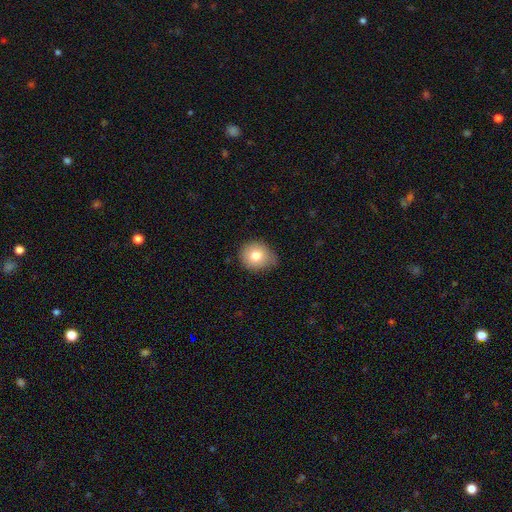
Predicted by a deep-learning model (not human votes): Smooth or featured? Predicted: smooth (p=0.78). How rounded? Predicted: round (p=0.76). Merging? Predicted: none (p=0.69).